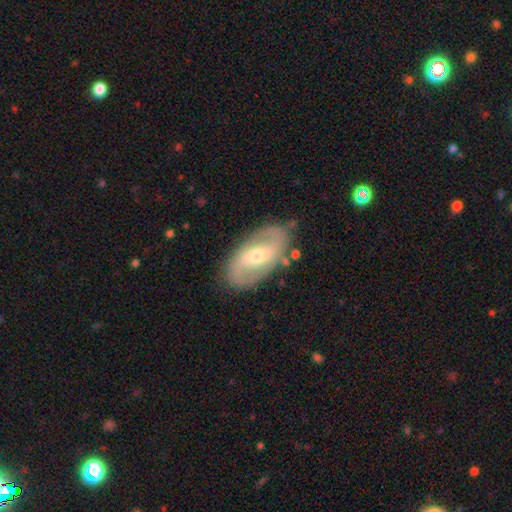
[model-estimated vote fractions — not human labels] featured or disk 75%, smooth 17%, star or artifact 8%. Down the decision tree: edge-on disk — no (94%); bar — weak (46%); spiral arms — yes (88%); spiral arm count — 2 (83%); spiral winding — medium (43%); bulge size — moderate (54%); merging — none (82%).